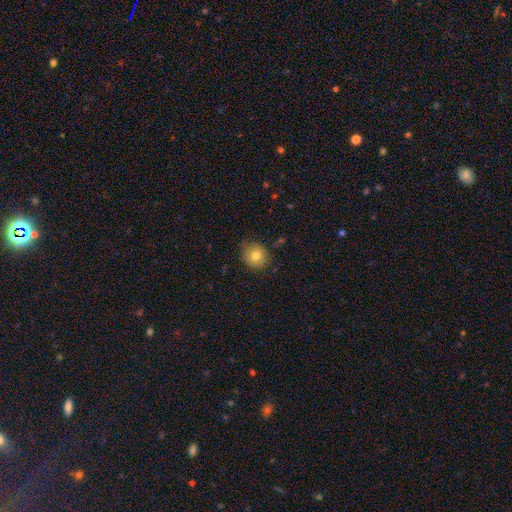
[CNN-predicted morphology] smooth_or_featured: smooth (p=0.78) [alt: featured or disk p=0.12]
how_rounded: round (p=0.77) [alt: in between p=0.22]
merging: none (p=0.78) [alt: minor disturbance p=0.17]